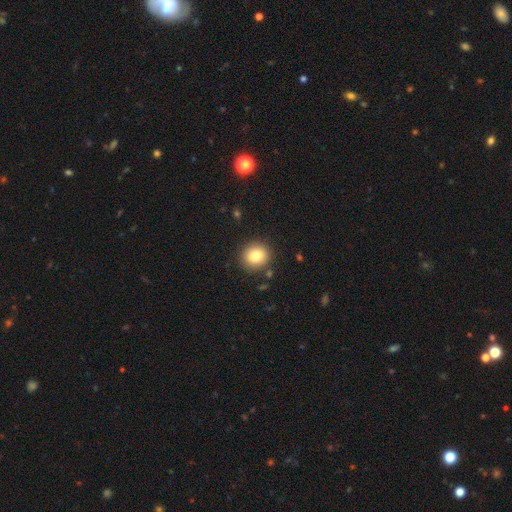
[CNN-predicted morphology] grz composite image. It shows a smooth galaxy with no disk features (83%) that is round (82%). Merging: none (88%).